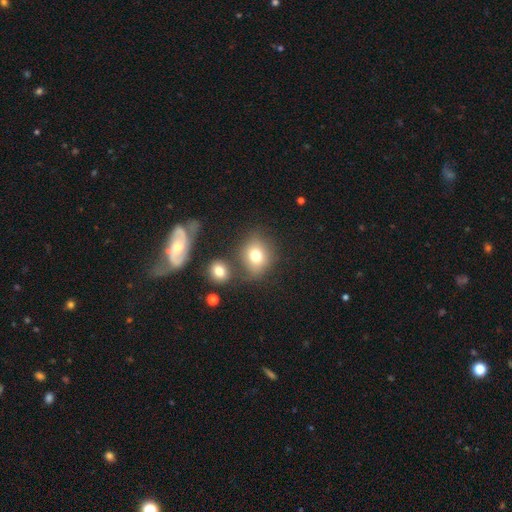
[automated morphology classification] Overall: smooth (75%). How rounded: round (65%; in between 34%). Merging: none (66%).